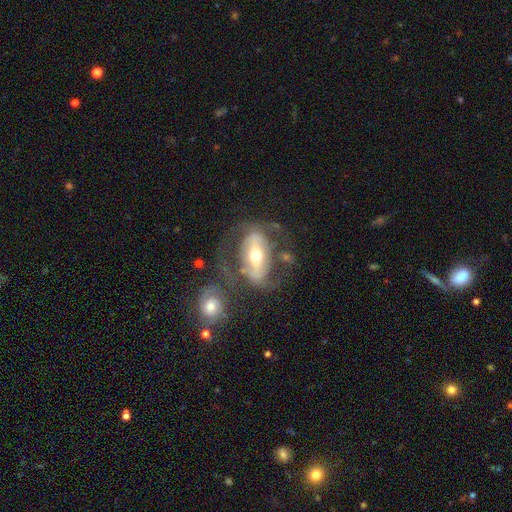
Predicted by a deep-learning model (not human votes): Smooth or featured? featured or disk (71%)
Edge-on disk? no (91%)
Bar? strong (49%)
Spiral arms? yes (59%)
Bulge size? moderate (66%)
Merging? none (45%)